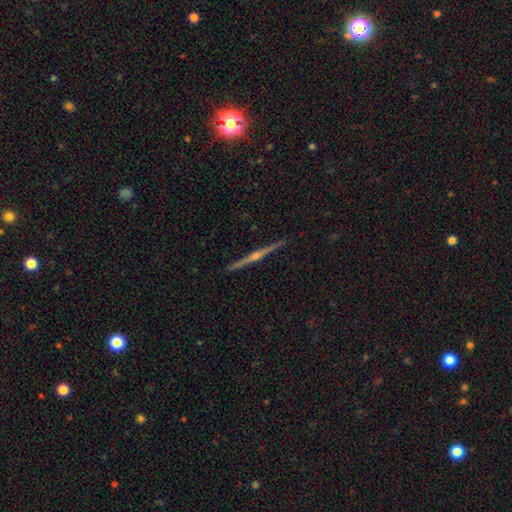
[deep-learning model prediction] A featured or disk galaxy (85%) viewed edge-on (99%) with a rounded central bulge (89%).

Vote fractions:
- Smooth or featured? featured or disk: 85% / smooth: 9% / star or artifact: 6%
- Edge-on disk? yes: 99% / no: 1%
- Edge-on bulge? rounded: 89% / none: 7% / boxy: 4%
- Merging? none: 93% / minor disturbance: 5% / major disturbance: 1% / merger: 1%